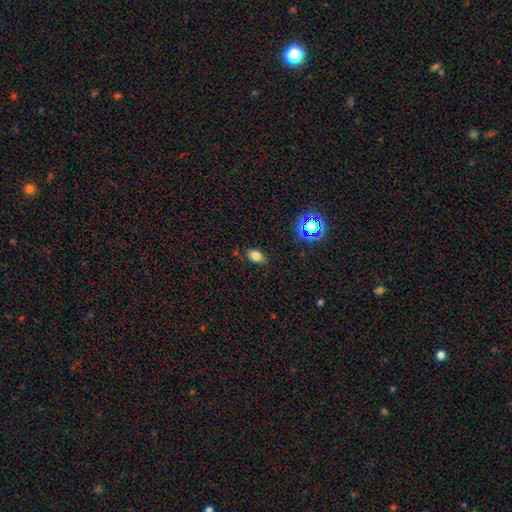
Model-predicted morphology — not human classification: A smooth galaxy with no disk features (77%) that is in between round and cigar-shaped (83%).

Vote fractions:
- Smooth or featured? smooth: 77% / star or artifact: 15% / featured or disk: 7%
- How rounded? in between: 83% / round: 16% / cigar-shaped: 2%
- Merging? none: 83% / minor disturbance: 12% / major disturbance: 3% / merger: 2%